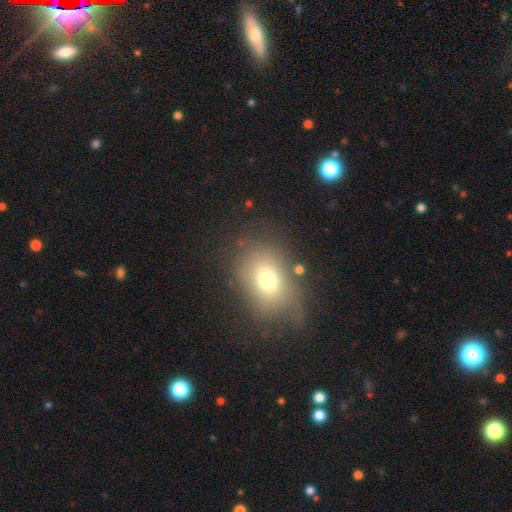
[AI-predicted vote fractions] Overall: smooth (64%). How rounded: in between (63%; round 36%). Merging: none (74%).